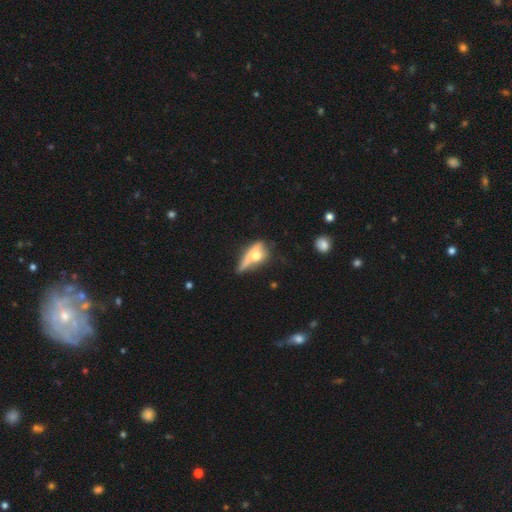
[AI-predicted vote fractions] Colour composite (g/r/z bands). It shows a smooth galaxy with no disk features (47%). Merging: none (35%).